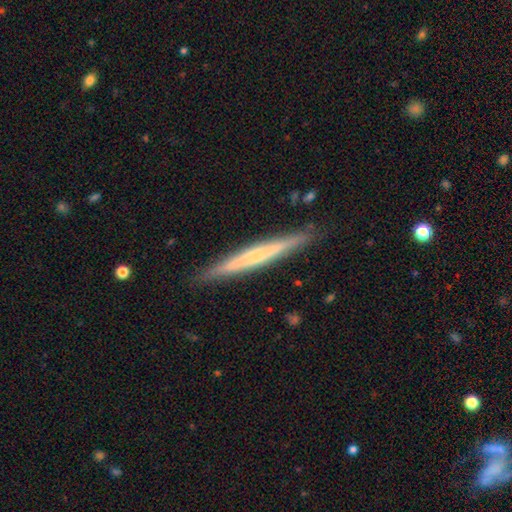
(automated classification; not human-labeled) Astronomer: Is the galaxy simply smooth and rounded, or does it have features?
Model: featured or disk — 52% (runner-up: smooth, 43%).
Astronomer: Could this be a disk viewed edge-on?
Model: yes — 97%.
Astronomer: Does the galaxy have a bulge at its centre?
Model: none — 69%.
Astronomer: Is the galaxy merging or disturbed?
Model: none — 90%.